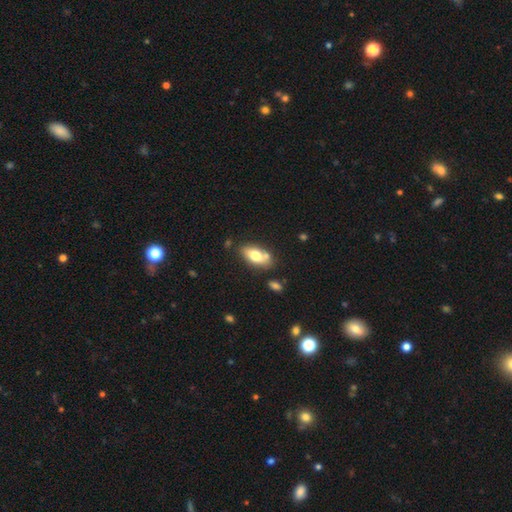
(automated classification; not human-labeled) smooth 72%, featured or disk 20%, star or artifact 7%. Down the decision tree: how rounded — in between (88%); merging — none (62%).